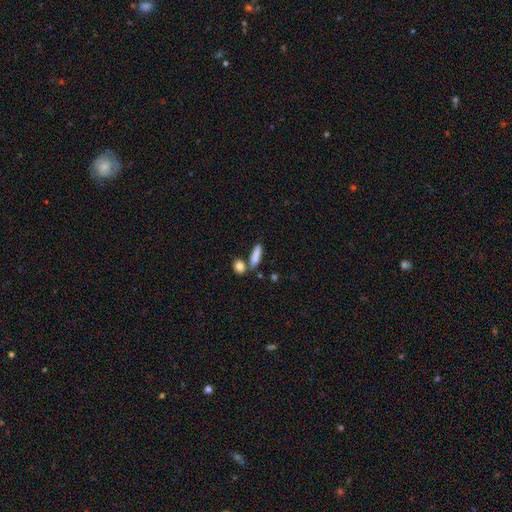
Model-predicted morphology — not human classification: smooth_or_featured: smooth (p=0.84) [alt: featured or disk p=0.09]
how_rounded: cigar-shaped (p=0.50) [alt: in between p=0.44]
merging: none (p=0.61) [alt: merger p=0.23]